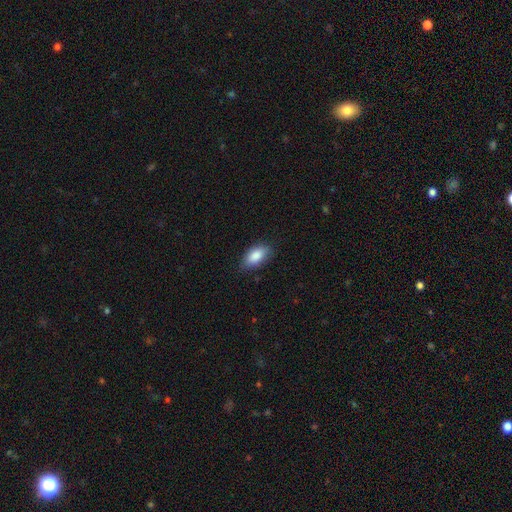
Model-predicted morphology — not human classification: Q: Smooth or featured?
A: smooth (87%); runner-up: star or artifact (7%)
Q: How rounded?
A: in between (92%); runner-up: cigar-shaped (5%)
Q: Merging?
A: none (79%); runner-up: minor disturbance (17%)